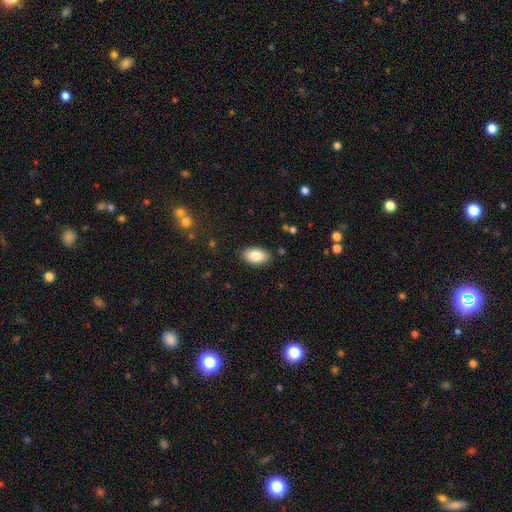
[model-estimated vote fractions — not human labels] smooth_or_featured: smooth (p=0.84) [alt: featured or disk p=0.09]
how_rounded: in between (p=0.94) [alt: round p=0.04]
merging: none (p=0.88) [alt: minor disturbance p=0.09]